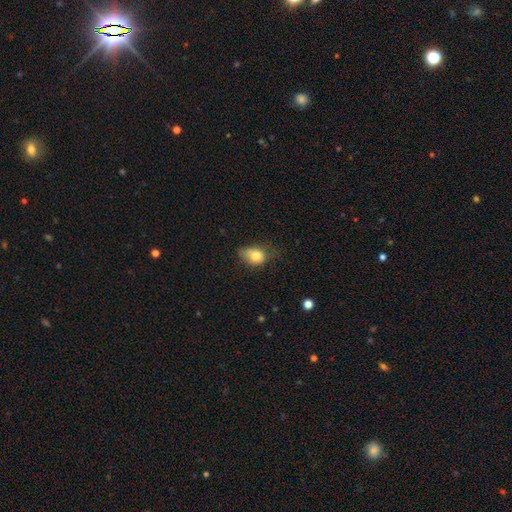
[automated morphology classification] Q: Smooth or featured?
A: smooth (78%); runner-up: featured or disk (12%)
Q: How rounded?
A: in between (69%); runner-up: round (29%)
Q: Merging?
A: minor disturbance (42%); runner-up: none (36%)